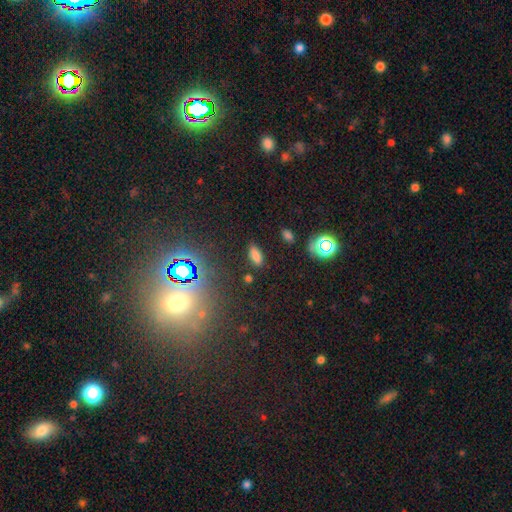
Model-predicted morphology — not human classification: type=smooth (75%); roundness=in between (79%); merging=none (85%).